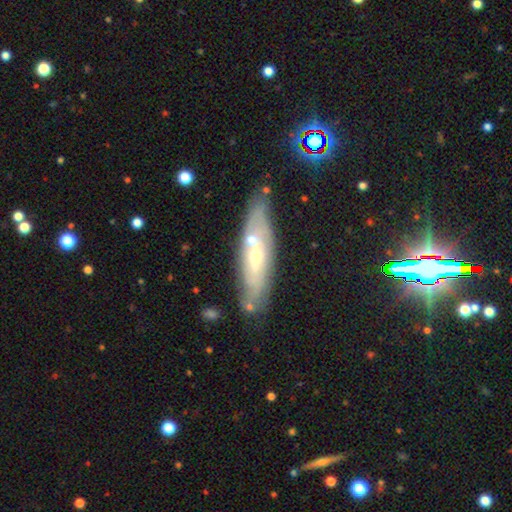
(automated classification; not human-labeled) This appears to be a featured or disk galaxy (56%). Merging: none (74%).